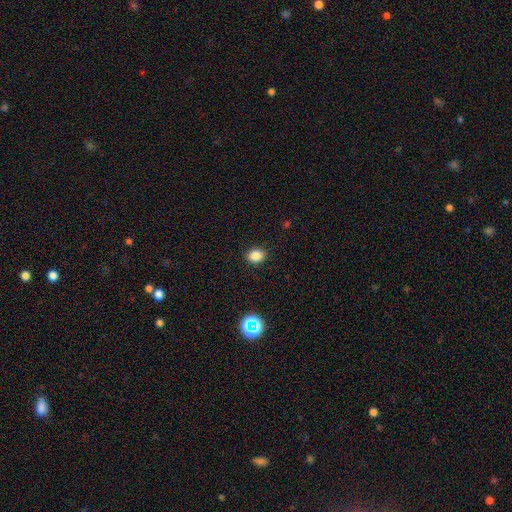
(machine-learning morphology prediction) Smooth or featured: smooth — 83% (star or artifact — 12%)
How rounded: round — 54% (in between — 45%)
Merging: none — 89% (minor disturbance — 7%)